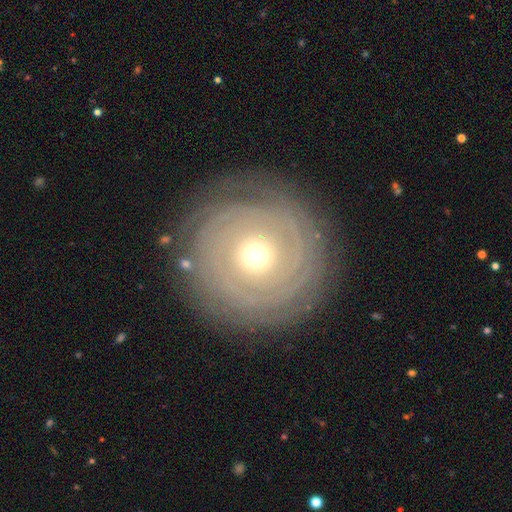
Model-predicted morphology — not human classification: Smooth or featured? Predicted: featured or disk (p=0.80). Edge-on disk? Predicted: no (p=0.97). Bar? Predicted: no (p=0.83). Spiral arms? Predicted: yes (p=0.90). Spiral winding? Predicted: tight (p=0.89). Spiral arm count? Predicted: can't tell (p=0.32). Bulge size? Predicted: moderate (p=0.54). Merging? Predicted: none (p=0.85).